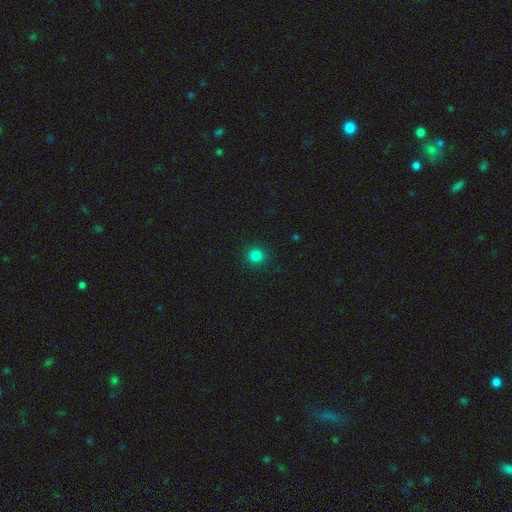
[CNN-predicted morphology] Q: Smooth or featured?
A: smooth (82%); runner-up: star or artifact (14%)
Q: How rounded?
A: round (93%); runner-up: in between (6%)
Q: Merging?
A: none (92%); runner-up: minor disturbance (5%)